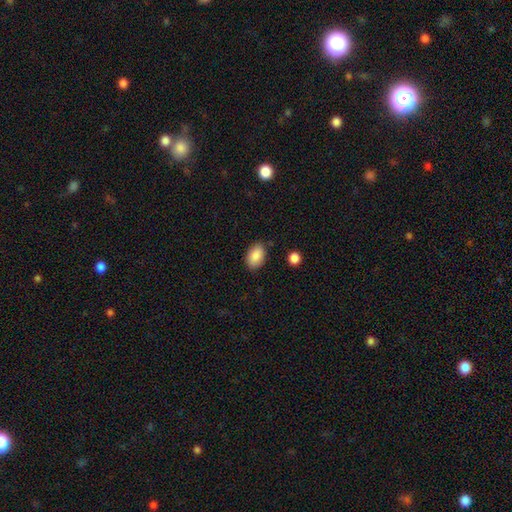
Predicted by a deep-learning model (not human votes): smooth 88%, star or artifact 7%, featured or disk 5%. Down the decision tree: how rounded — in between (90%); merging — none (84%).